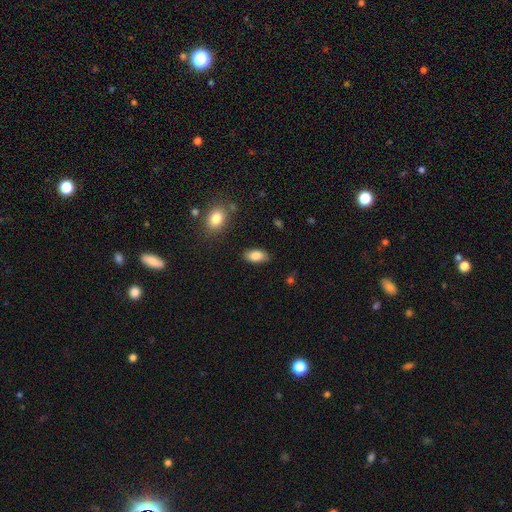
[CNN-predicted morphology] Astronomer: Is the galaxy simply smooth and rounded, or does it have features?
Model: smooth — 86%.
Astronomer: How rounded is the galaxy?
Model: in between — 92%.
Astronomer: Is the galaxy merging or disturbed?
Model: none — 84%.